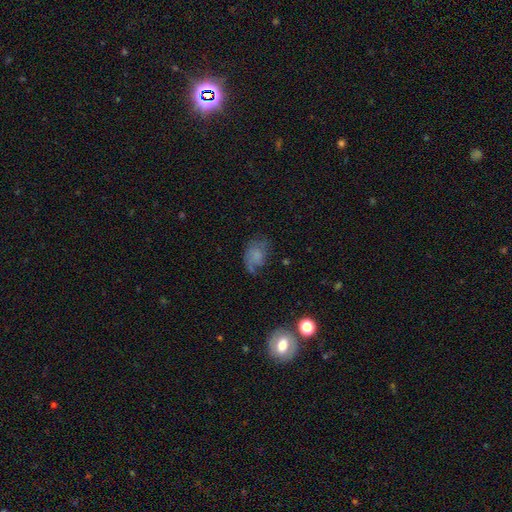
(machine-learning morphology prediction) Smooth or featured?
  - smooth: 54% *
  - featured or disk: 33%
  - star or artifact: 13%
How rounded?
  - in between: 73% *
  - round: 25%
  - cigar-shaped: 1%
Merging?
  - none: 42% *
  - minor disturbance: 29%
  - major disturbance: 26%
  - merger: 4%